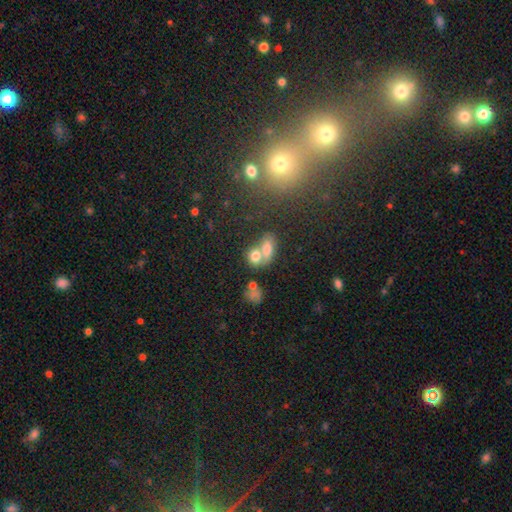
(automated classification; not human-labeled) smooth_or_featured: smooth (p=0.73) [alt: featured or disk p=0.15]
how_rounded: in between (p=0.56) [alt: round p=0.42]
merging: merger (p=0.58) [alt: none p=0.29]